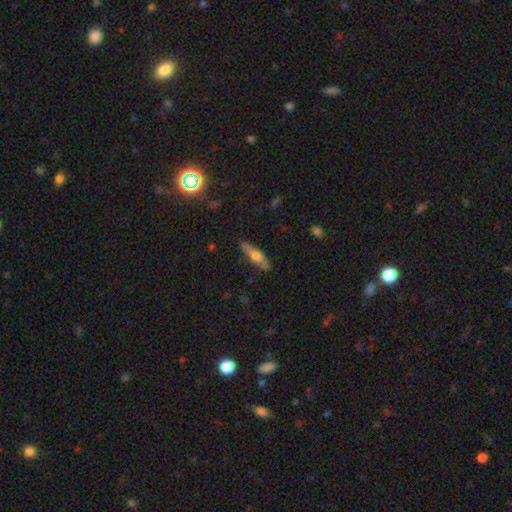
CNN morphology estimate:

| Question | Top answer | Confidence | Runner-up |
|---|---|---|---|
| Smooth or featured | smooth | 52% | featured or disk (42%) |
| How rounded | cigar-shaped | 68% | in between (30%) |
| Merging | none | 85% | minor disturbance (12%) |